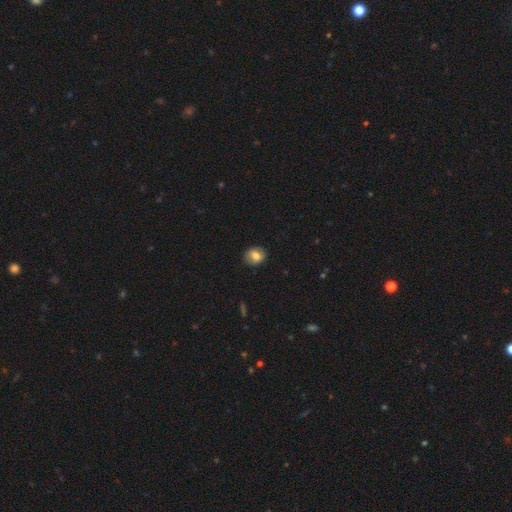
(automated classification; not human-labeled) Smooth or featured: smooth — 75% (featured or disk — 17%)
How rounded: round — 56% (in between — 43%)
Merging: none — 85% (minor disturbance — 11%)